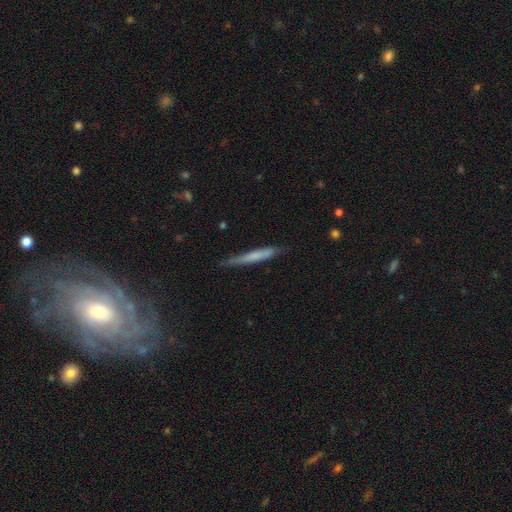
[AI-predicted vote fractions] Overall: smooth (61%; featured or disk 32%). How rounded: cigar-shaped (95%). Merging: none (73%).